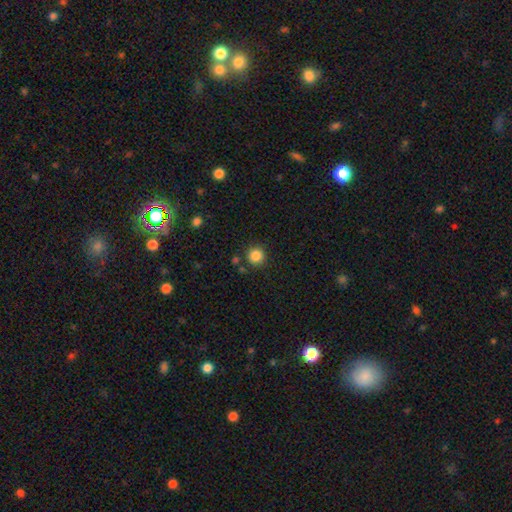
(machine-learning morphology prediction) Smooth or featured?
  - smooth: 85% *
  - star or artifact: 11%
  - featured or disk: 4%
How rounded?
  - round: 94% *
  - in between: 5%
  - cigar-shaped: 1%
Merging?
  - none: 86% *
  - minor disturbance: 7%
  - merger: 4%
  - major disturbance: 3%